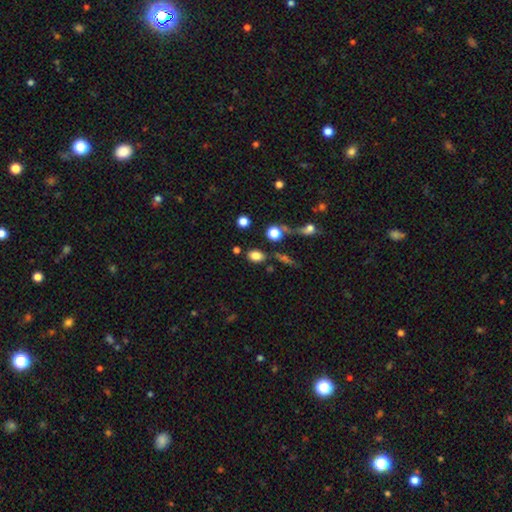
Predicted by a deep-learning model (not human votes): Overall: smooth (81%). How rounded: in between (78%). Merging: none (74%).